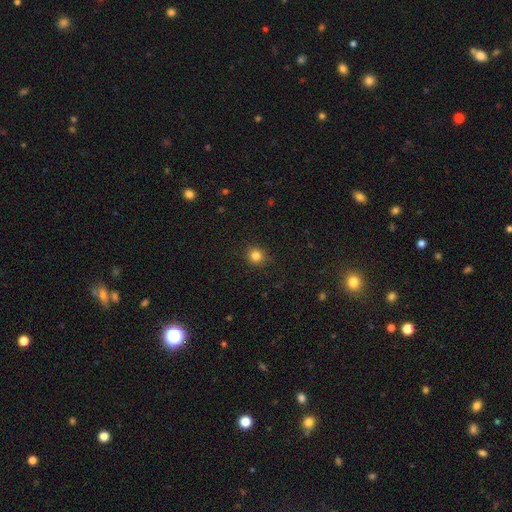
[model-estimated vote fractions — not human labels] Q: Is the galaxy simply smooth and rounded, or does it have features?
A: smooth — 82%.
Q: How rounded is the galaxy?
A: round — 89%.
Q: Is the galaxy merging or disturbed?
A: none — 88%.